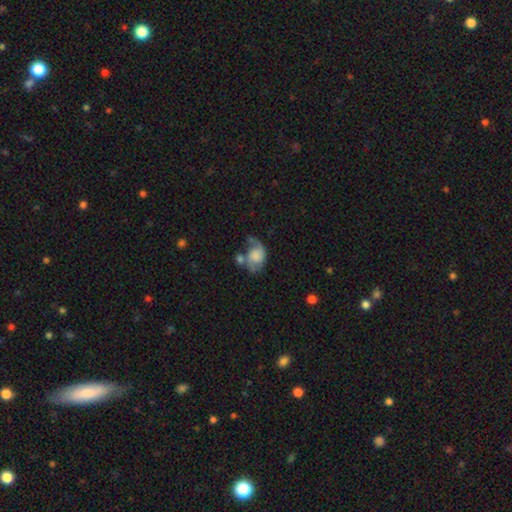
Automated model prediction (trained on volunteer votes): Q: Smooth or featured?
A: featured or disk (55%); runner-up: smooth (37%)
Q: Edge-on disk?
A: no (97%); runner-up: yes (3%)
Q: Bar?
A: no (74%); runner-up: weak (22%)
Q: Spiral arms?
A: yes (82%); runner-up: no (18%)
Q: Bulge size?
A: none (28%); runner-up: large (24%)
Q: Merging?
A: none (31%); runner-up: minor disturbance (24%)